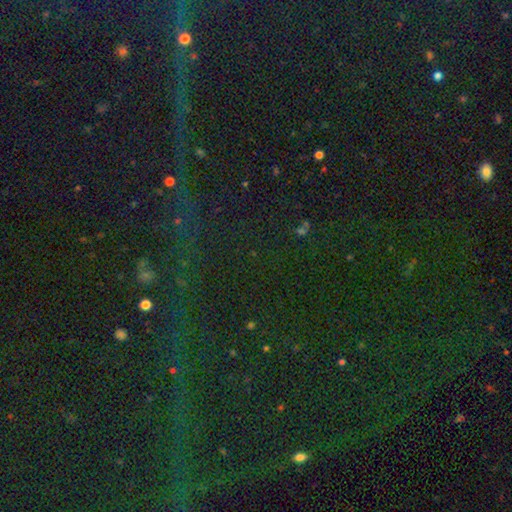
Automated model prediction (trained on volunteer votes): star or artifact 80%, smooth 11%, featured or disk 8%.